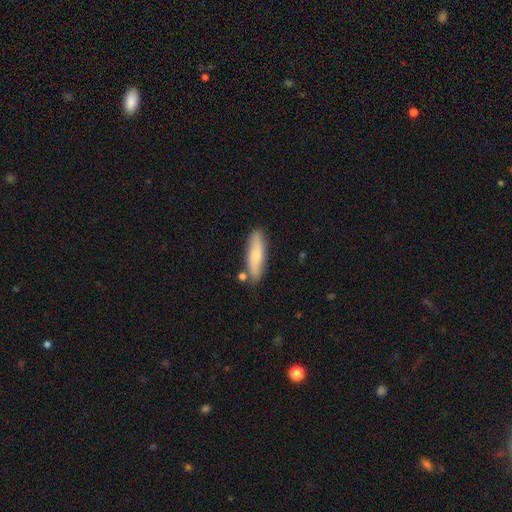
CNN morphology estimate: Smooth or featured?
  - smooth: 68% *
  - featured or disk: 27%
  - star or artifact: 6%
How rounded?
  - cigar-shaped: 62% *
  - in between: 36%
  - round: 2%
Merging?
  - none: 80% *
  - minor disturbance: 13%
  - merger: 5%
  - major disturbance: 2%